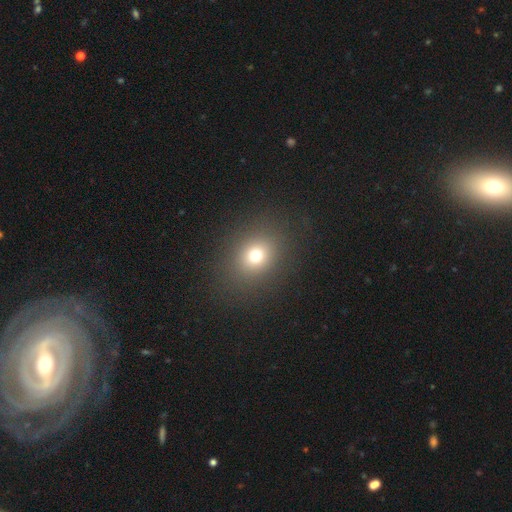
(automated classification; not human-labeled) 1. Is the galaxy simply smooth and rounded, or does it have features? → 72% smooth, 18% star or artifact, 10% featured or disk.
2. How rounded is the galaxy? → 63% round, 36% in between, 1% cigar-shaped.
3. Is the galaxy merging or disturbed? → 86% none, 8% minor disturbance, 5% major disturbance, 1% merger.